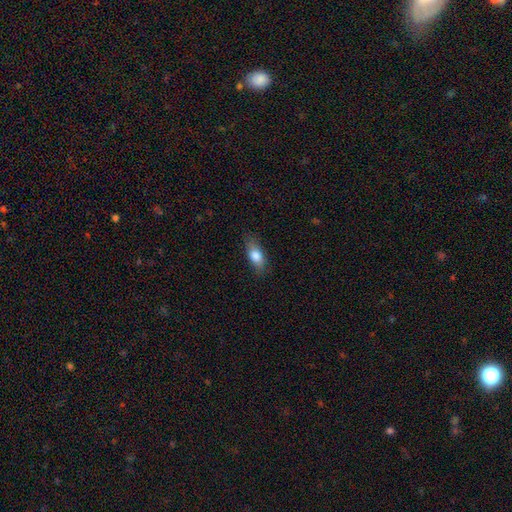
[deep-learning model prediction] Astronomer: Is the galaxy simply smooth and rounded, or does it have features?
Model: smooth — 79%.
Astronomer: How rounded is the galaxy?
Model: in between — 78%.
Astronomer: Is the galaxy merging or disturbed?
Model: none — 80%.